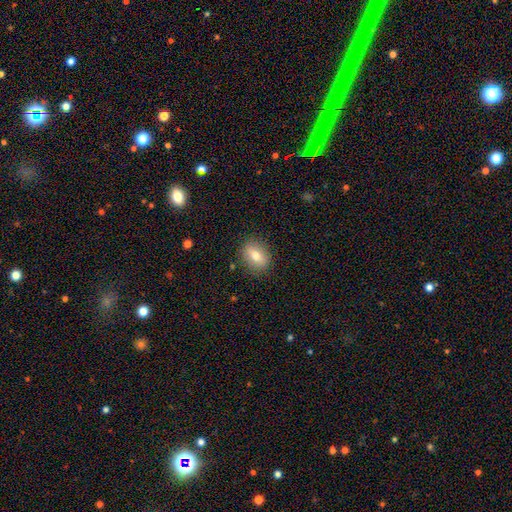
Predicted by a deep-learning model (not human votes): smooth_or_featured: smooth (p=0.71) [alt: featured or disk p=0.21]
how_rounded: in between (p=0.63) [alt: round p=0.34]
merging: none (p=0.86) [alt: minor disturbance p=0.10]